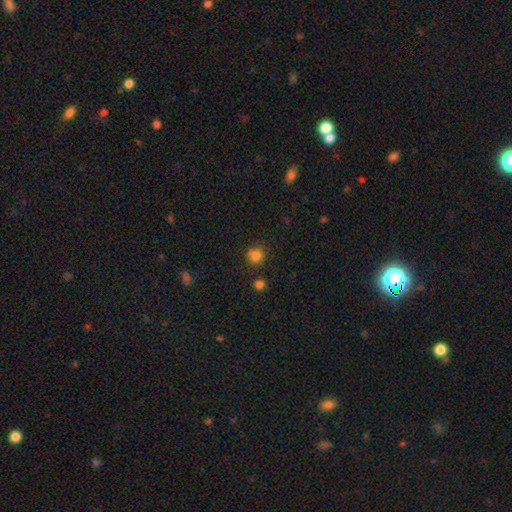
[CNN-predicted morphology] A smooth galaxy with no disk features (82%) that is round (91%). Merging: none (83%).